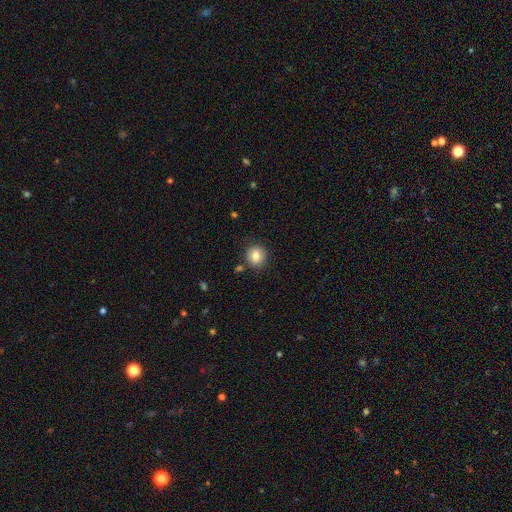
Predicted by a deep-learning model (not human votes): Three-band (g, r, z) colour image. It shows a smooth galaxy with no disk features (81%) that is round (87%). Merging: none (85%).